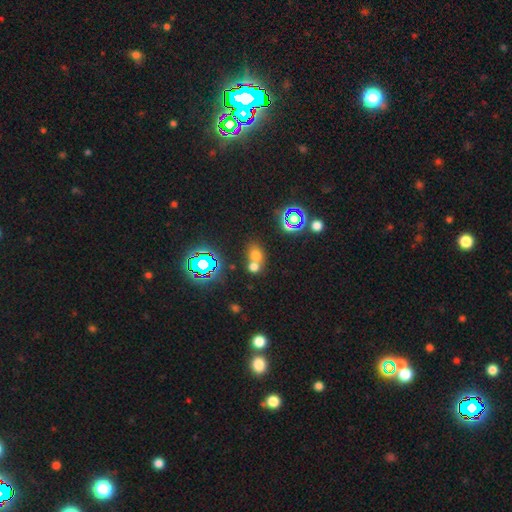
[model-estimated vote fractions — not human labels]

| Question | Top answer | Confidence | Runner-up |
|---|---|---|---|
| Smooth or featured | smooth | 62% | star or artifact (28%) |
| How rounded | round | 58% | in between (41%) |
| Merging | merger | 52% | none (38%) |